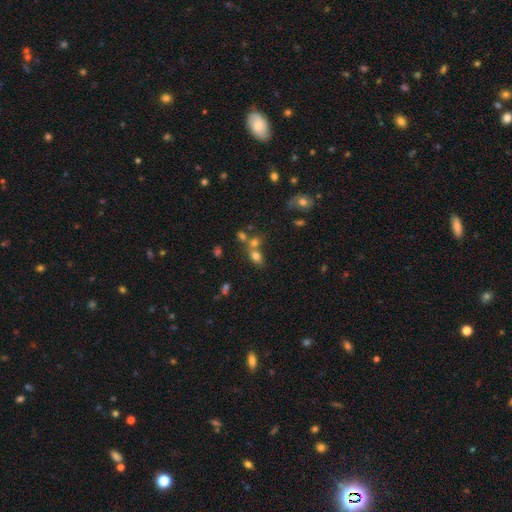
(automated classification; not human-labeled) Smooth or featured?
  - smooth: 69% *
  - star or artifact: 17%
  - featured or disk: 14%
How rounded?
  - in between: 66% *
  - round: 31%
  - cigar-shaped: 3%
Merging?
  - merger: 45% *
  - none: 38%
  - minor disturbance: 11%
  - major disturbance: 6%